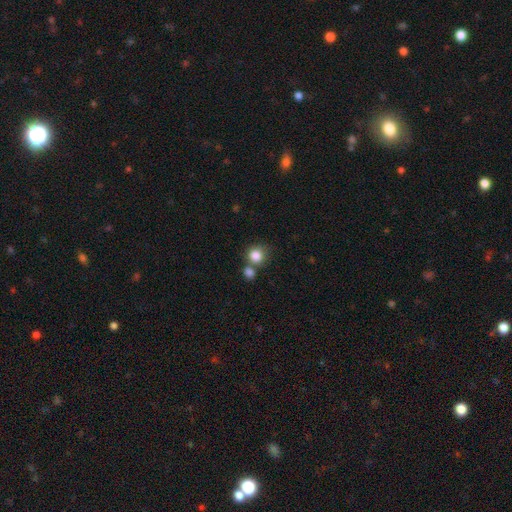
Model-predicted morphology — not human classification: smooth 83%, star or artifact 10%, featured or disk 6%. Down the decision tree: how rounded — round (88%); merging — none (58%).